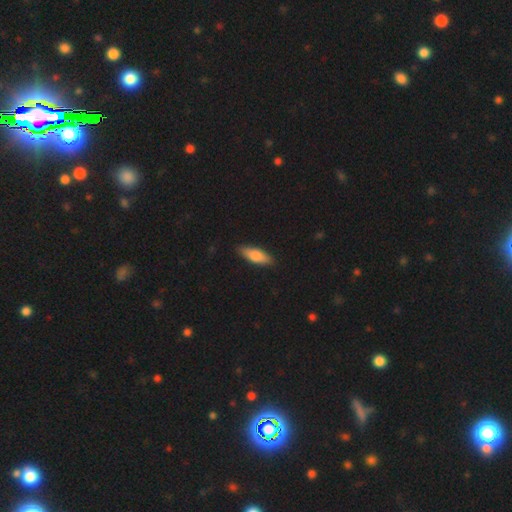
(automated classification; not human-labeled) smooth_or_featured: smooth (p=0.77) [alt: featured or disk p=0.18]
how_rounded: in between (p=0.61) [alt: cigar-shaped p=0.37]
merging: none (p=0.87) [alt: minor disturbance p=0.10]